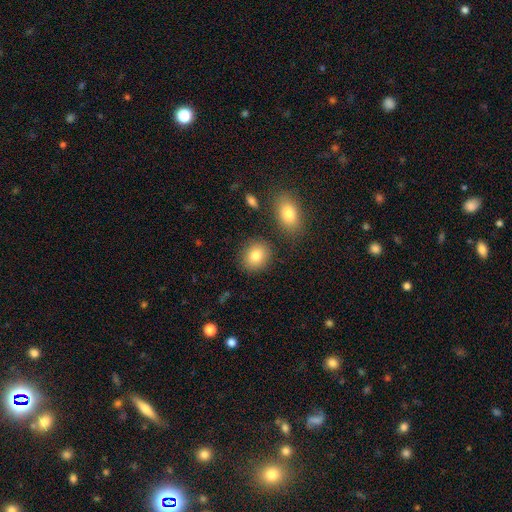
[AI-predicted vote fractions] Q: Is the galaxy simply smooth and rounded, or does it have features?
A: smooth — 82%.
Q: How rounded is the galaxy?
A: round — 64%.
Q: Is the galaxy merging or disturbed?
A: none — 84%.